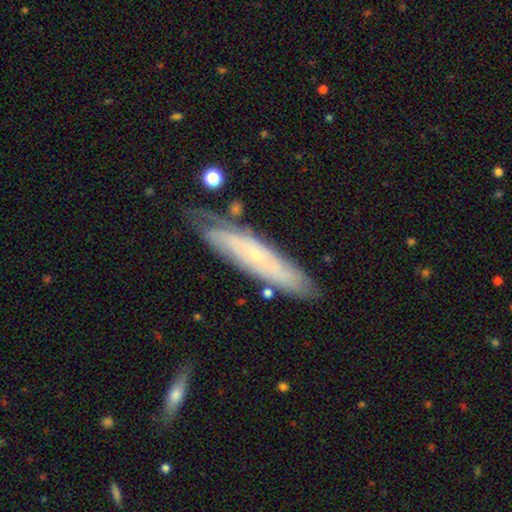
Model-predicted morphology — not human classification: A featured or disk galaxy (62%).

Vote fractions:
- Smooth or featured? featured or disk: 62% / smooth: 31% / star or artifact: 7%
- Edge-on disk? no: 57% / yes: 43%
- Merging? none: 72% / minor disturbance: 20% / major disturbance: 5% / merger: 3%